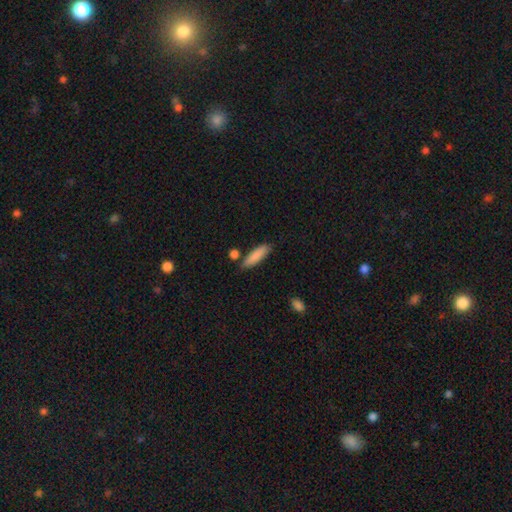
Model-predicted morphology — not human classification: Smooth or featured?
  - smooth: 86% *
  - featured or disk: 8%
  - star or artifact: 6%
How rounded?
  - cigar-shaped: 63% *
  - in between: 35%
  - round: 2%
Merging?
  - none: 79% *
  - minor disturbance: 12%
  - merger: 6%
  - major disturbance: 3%